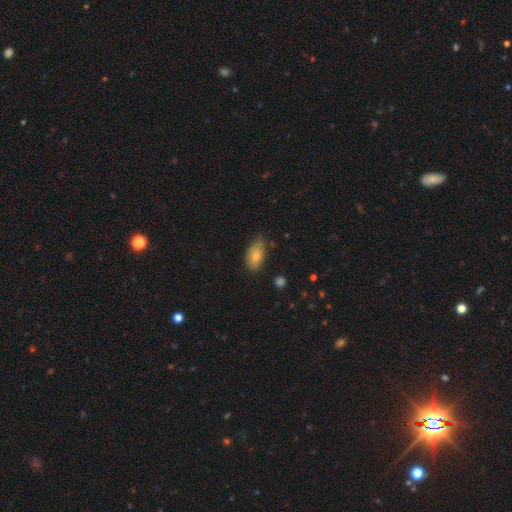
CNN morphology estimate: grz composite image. It shows a smooth galaxy with no disk features (79%) that is in between round and cigar-shaped (91%). Merging: none (64%).